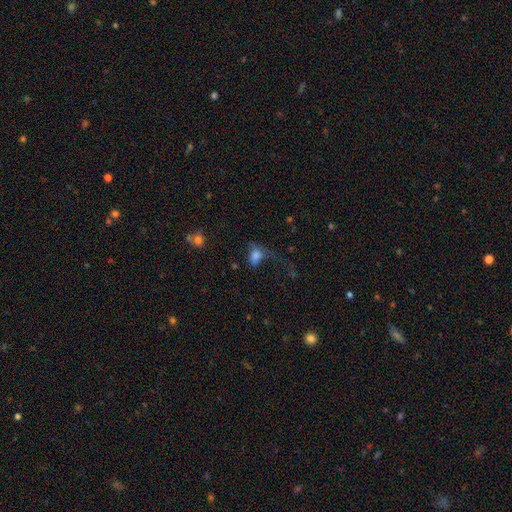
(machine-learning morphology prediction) smooth 68%, featured or disk 19%, star or artifact 13%. Down the decision tree: how rounded — in between (75%); merging — major disturbance (56%).